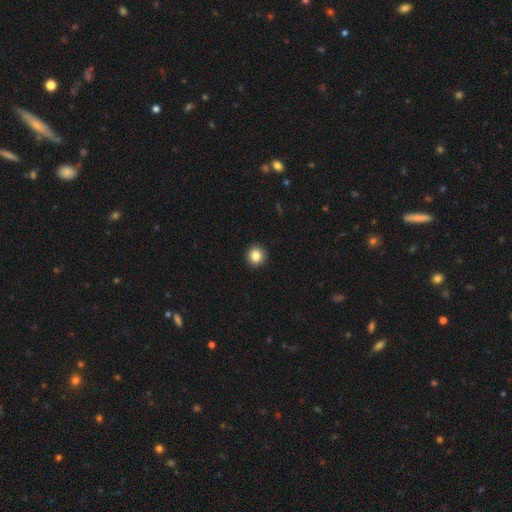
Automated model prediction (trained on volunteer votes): Smooth or featured? Predicted: smooth (p=0.85). How rounded? Predicted: round (p=0.91). Merging? Predicted: none (p=0.93).